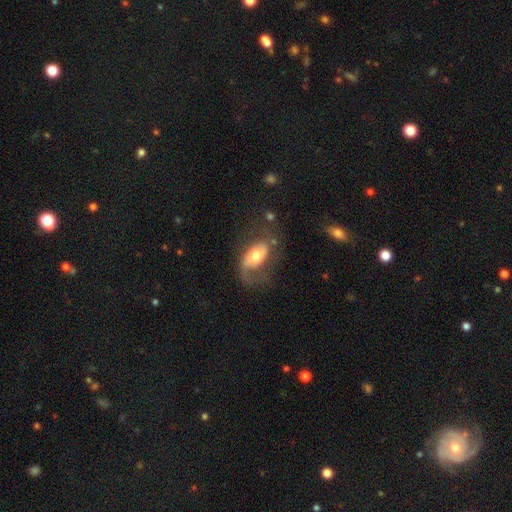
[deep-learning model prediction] This is possibly a featured or disk galaxy (53%). It is clearly not viewed edge-on (92%). Merging: possibly none (46%).